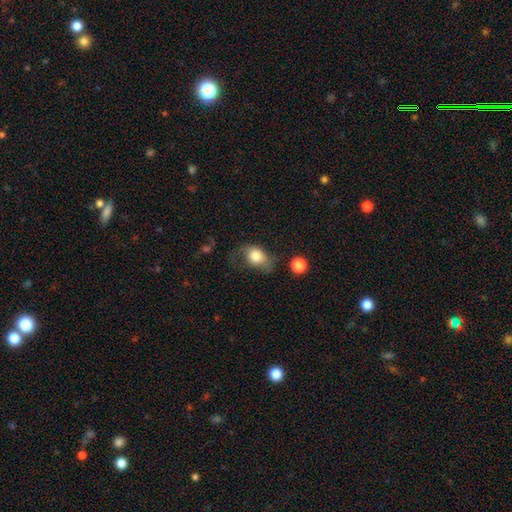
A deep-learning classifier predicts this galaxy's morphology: Smooth or featured? smooth (75%)
How rounded? in between (67%)
Merging? none (38%)